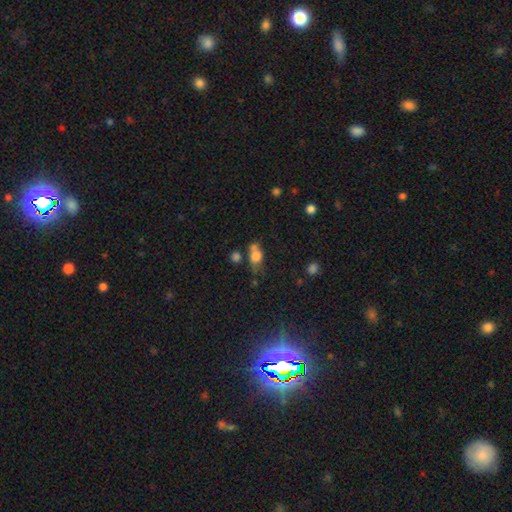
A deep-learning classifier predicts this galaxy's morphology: The model was most divided on "merging": none: 39%, merger: 29%, minor disturbance: 21%, major disturbance: 12%. More confident: smooth or featured — smooth (73%); how rounded — in between (61%).